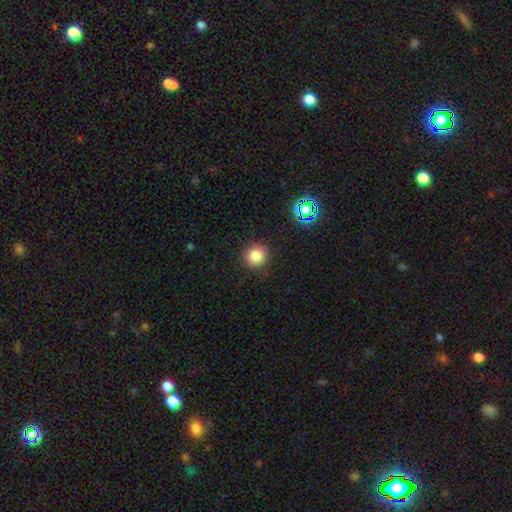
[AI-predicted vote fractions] A smooth galaxy with no disk features (82%) that is round (91%).

Vote fractions:
- Smooth or featured? smooth: 82% / star or artifact: 13% / featured or disk: 5%
- How rounded? round: 91% / in between: 8% / cigar-shaped: 1%
- Merging? none: 91% / minor disturbance: 6% / major disturbance: 2% / merger: 1%